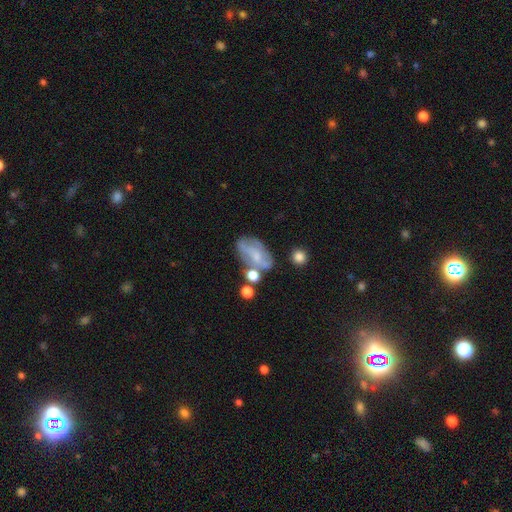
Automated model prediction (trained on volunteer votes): Smooth or featured? Predicted: featured or disk (p=0.55). Edge-on disk? Predicted: no (p=0.94). Bar? Predicted: no (p=0.63). Spiral arms? Predicted: yes (p=0.57). Bulge size? Predicted: small (p=0.52). Merging? Predicted: none (p=0.41).